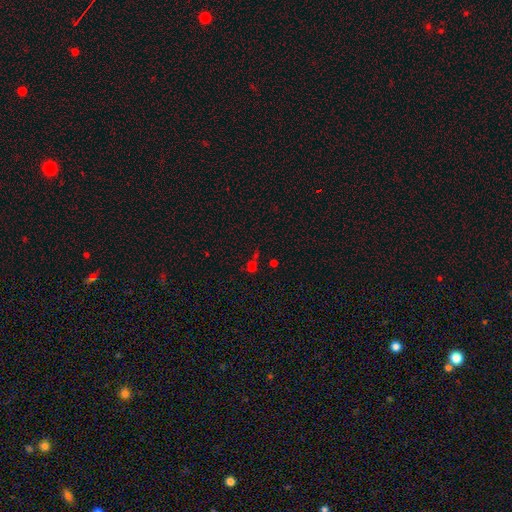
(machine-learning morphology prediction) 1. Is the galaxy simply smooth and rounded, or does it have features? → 46% smooth, 43% star or artifact, 11% featured or disk.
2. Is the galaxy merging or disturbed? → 49% none, 27% merger, 13% minor disturbance, 11% major disturbance.